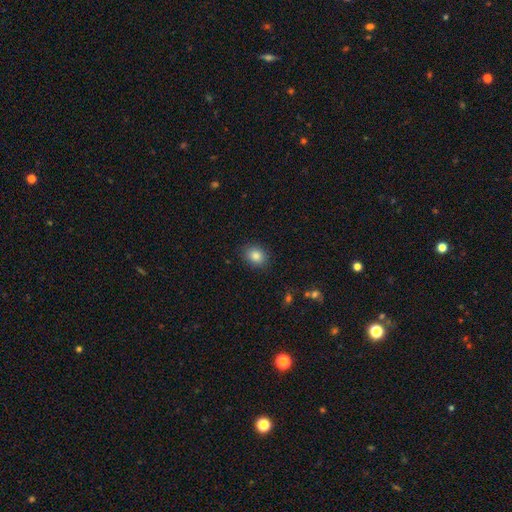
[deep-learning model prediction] smooth 85%, star or artifact 10%, featured or disk 6%. Down the decision tree: how rounded — round (53%); merging — none (87%).